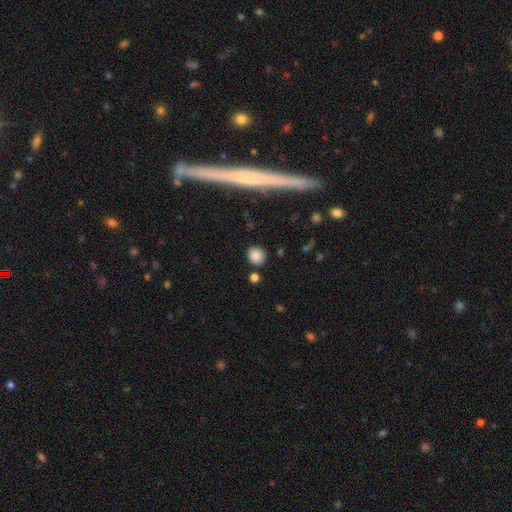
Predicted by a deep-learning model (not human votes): A smooth galaxy with no disk features (84%) that is round (83%).

Vote fractions:
- Smooth or featured? smooth: 84% / star or artifact: 11% / featured or disk: 5%
- How rounded? round: 83% / in between: 16% / cigar-shaped: 1%
- Merging? none: 84% / minor disturbance: 9% / merger: 4% / major disturbance: 3%